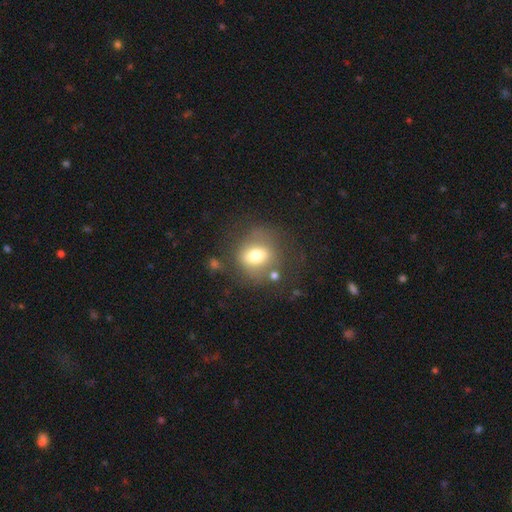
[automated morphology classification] A smooth galaxy with no disk features (64%) that is round (66%).

Vote fractions:
- Smooth or featured? smooth: 64% / featured or disk: 25% / star or artifact: 11%
- How rounded? round: 66% / in between: 32% / cigar-shaped: 1%
- Merging? none: 59% / minor disturbance: 19% / major disturbance: 13% / merger: 8%